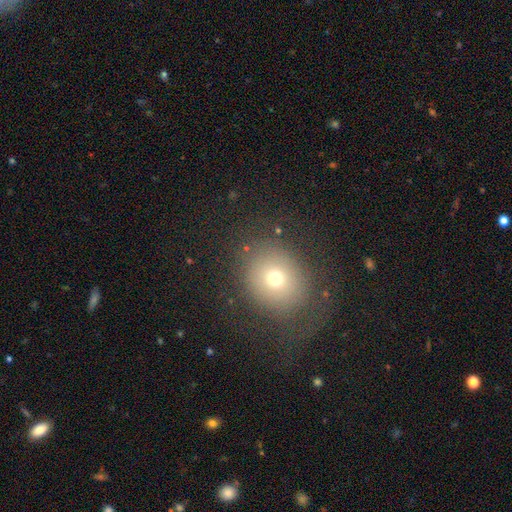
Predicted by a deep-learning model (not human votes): Smooth or featured? smooth (64%)
How rounded? round (70%)
Merging? none (73%)